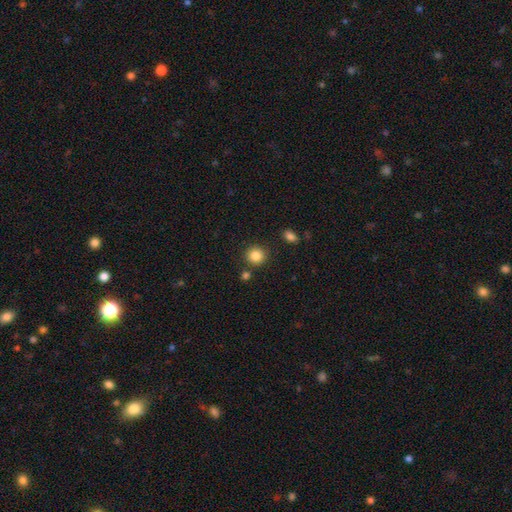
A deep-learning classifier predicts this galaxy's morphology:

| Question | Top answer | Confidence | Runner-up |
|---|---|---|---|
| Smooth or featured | smooth | 85% | star or artifact (10%) |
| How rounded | round | 89% | in between (10%) |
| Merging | none | 85% | minor disturbance (7%) |